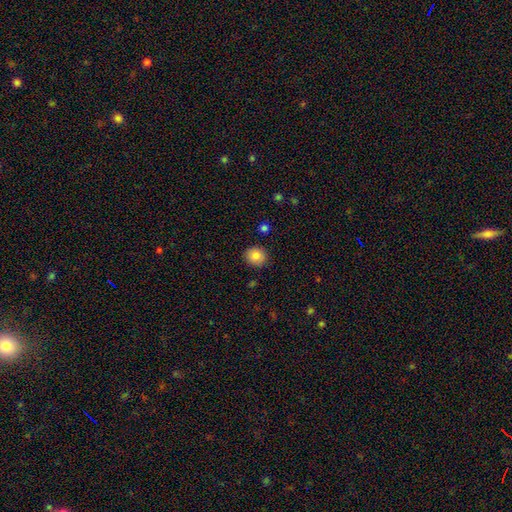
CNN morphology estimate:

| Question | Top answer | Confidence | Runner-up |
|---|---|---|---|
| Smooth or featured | smooth | 84% | star or artifact (9%) |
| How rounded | round | 85% | in between (14%) |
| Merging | none | 89% | minor disturbance (7%) |